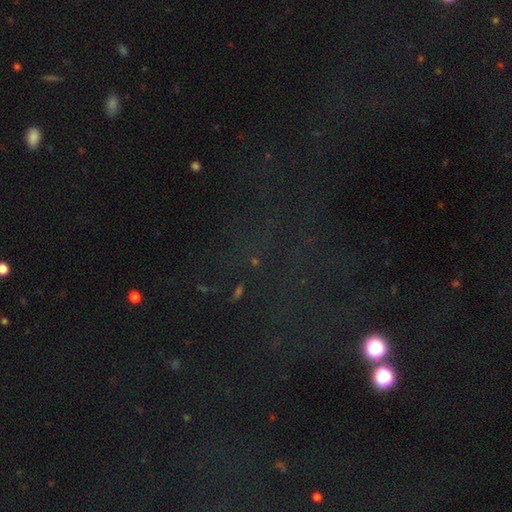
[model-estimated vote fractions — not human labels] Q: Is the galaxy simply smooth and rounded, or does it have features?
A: star or artifact — 68%.